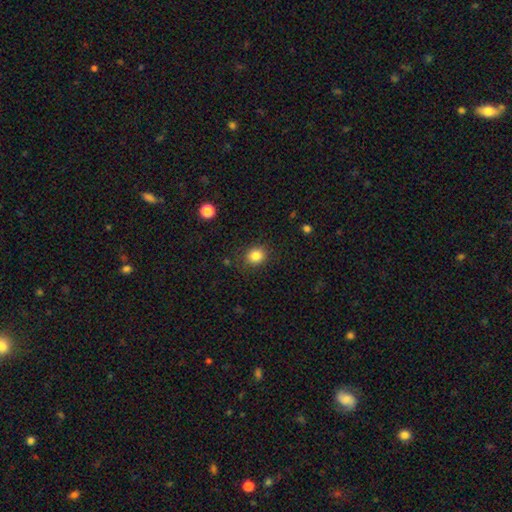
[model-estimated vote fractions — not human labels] Smooth or featured? smooth (84%)
How rounded? round (74%)
Merging? none (85%)